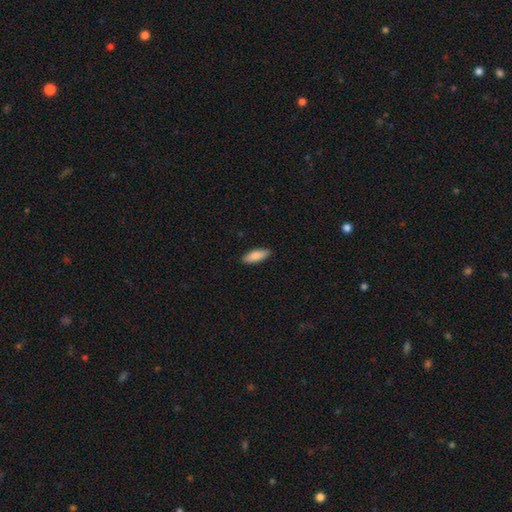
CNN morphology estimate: smooth 85%, featured or disk 9%, star or artifact 6%. Down the decision tree: how rounded — in between (66%); merging — none (89%).